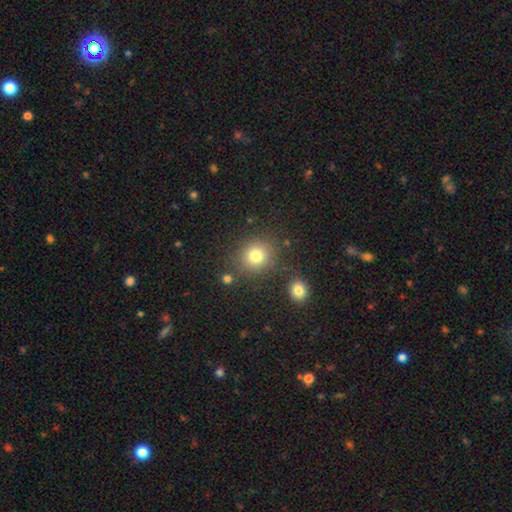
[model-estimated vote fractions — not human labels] smooth-or-featured: smooth: 79% | star or artifact: 14% | featured or disk: 7%
  how-rounded: round: 86% | in between: 13% | cigar-shaped: 1%
  merging: none: 82% | minor disturbance: 9% | merger: 5% | major disturbance: 4%